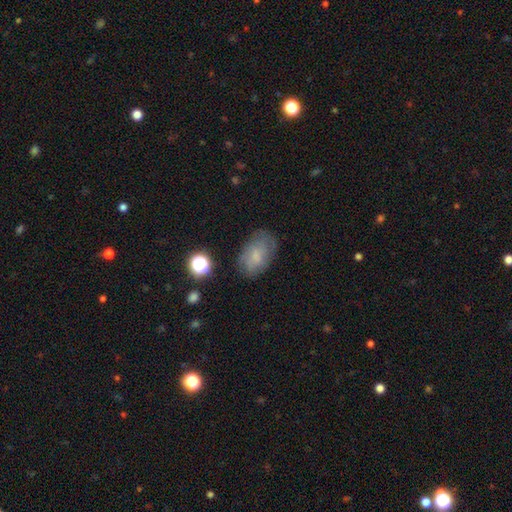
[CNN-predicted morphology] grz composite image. It shows a smooth galaxy with no disk features (63%) that is in between round and cigar-shaped (87%). Merging: none (69%).